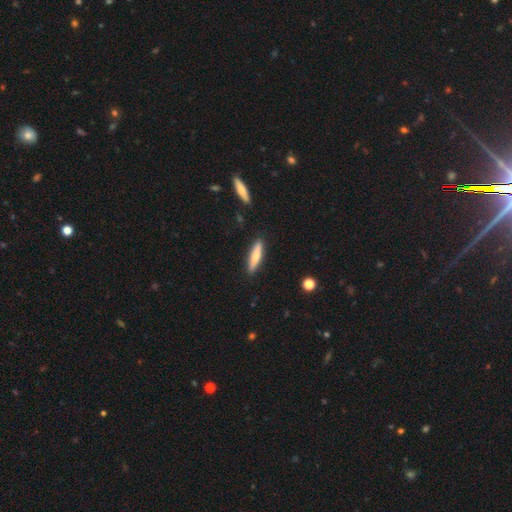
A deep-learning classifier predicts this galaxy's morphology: The model was most divided on "smooth or featured": smooth: 66%, featured or disk: 28%, star or artifact: 6%. More confident: merging — none (89%); how rounded — cigar-shaped (85%).